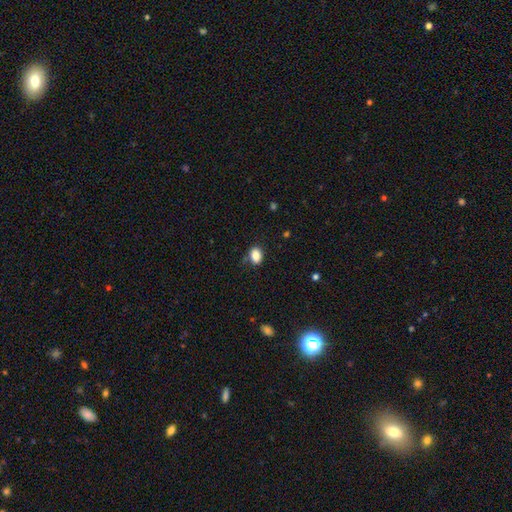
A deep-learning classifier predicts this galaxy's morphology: Smooth or featured? smooth (85%)
How rounded? in between (77%)
Merging? none (79%)